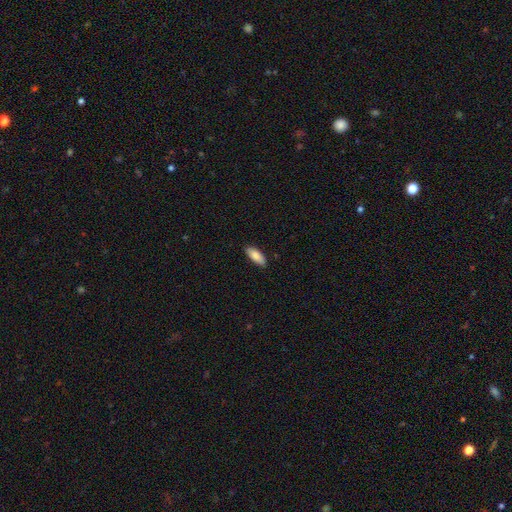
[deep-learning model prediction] Morphology: type=smooth (85%); roundness=in between (77%); merging=none (87%).